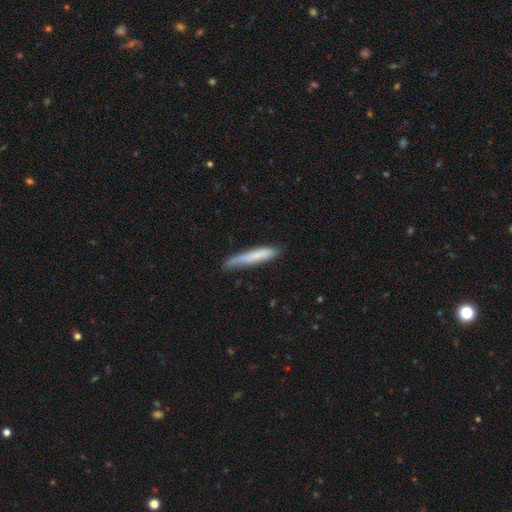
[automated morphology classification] Smooth or featured: smooth — 74% (featured or disk — 21%)
How rounded: cigar-shaped — 93% (in between — 6%)
Merging: none — 67% (minor disturbance — 26%)